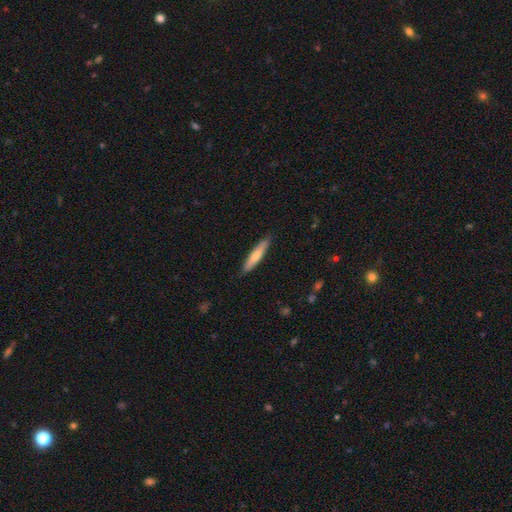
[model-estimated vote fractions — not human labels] Morphology: type=smooth (64%); roundness=cigar-shaped (88%); merging=none (87%).